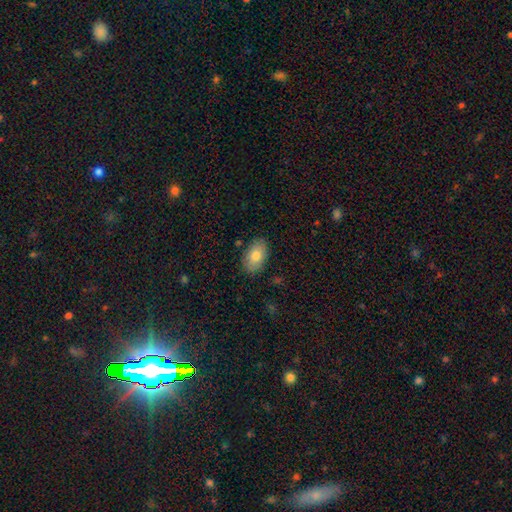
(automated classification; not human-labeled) Smooth or featured? Predicted: smooth (p=0.80). How rounded? Predicted: in between (p=0.93). Merging? Predicted: none (p=0.85).